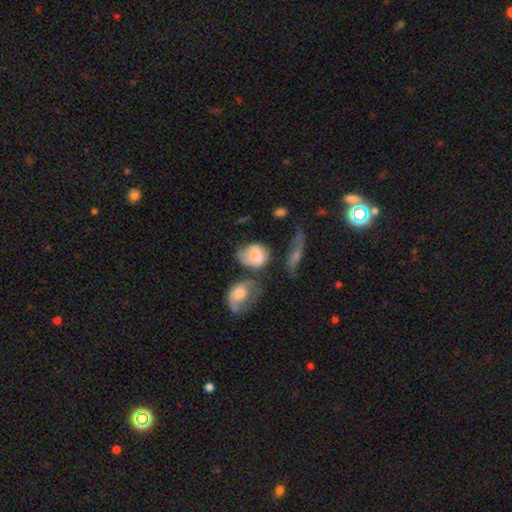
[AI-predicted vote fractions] Smooth or featured: smooth — 70% (featured or disk — 22%)
How rounded: in between — 62% (round — 36%)
Merging: none — 32% (minor disturbance — 25%)